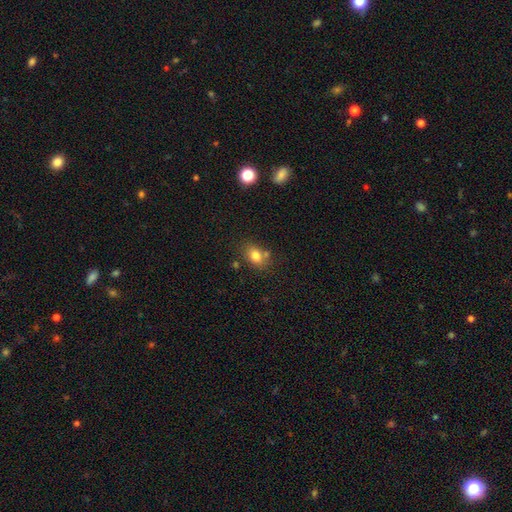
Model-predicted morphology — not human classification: The model was most divided on "how rounded": in between: 69%, round: 30%, cigar-shaped: 1%. More confident: smooth or featured — smooth (79%); merging — none (68%).